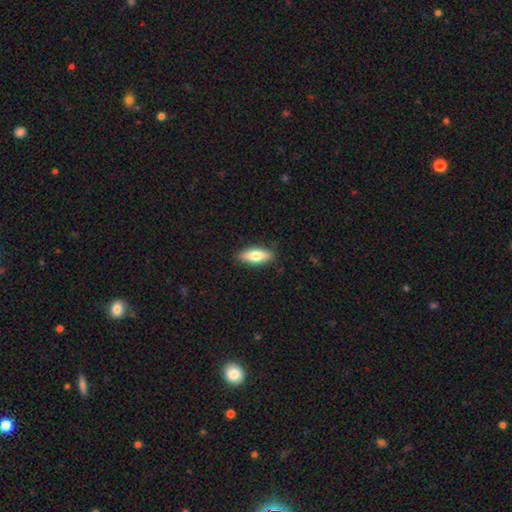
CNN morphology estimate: Q: Smooth or featured?
A: smooth (67%); runner-up: featured or disk (27%)
Q: How rounded?
A: in between (61%); runner-up: cigar-shaped (37%)
Q: Merging?
A: none (87%); runner-up: minor disturbance (10%)